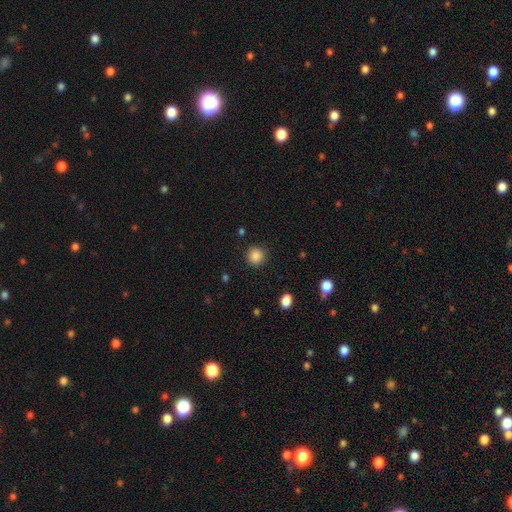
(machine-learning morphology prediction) type=smooth (87%); roundness=round (92%); merging=none (90%).